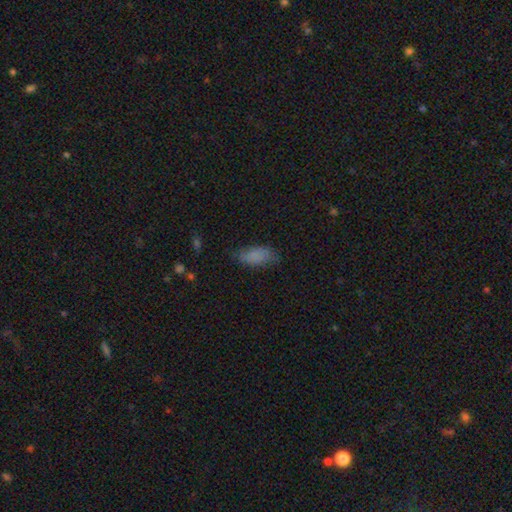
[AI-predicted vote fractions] A smooth galaxy with no disk features (82%) that is in between round and cigar-shaped (88%).

Vote fractions:
- Smooth or featured? smooth: 82% / featured or disk: 10% / star or artifact: 9%
- How rounded? in between: 88% / cigar-shaped: 10% / round: 3%
- Merging? none: 68% / minor disturbance: 24% / major disturbance: 7% / merger: 1%